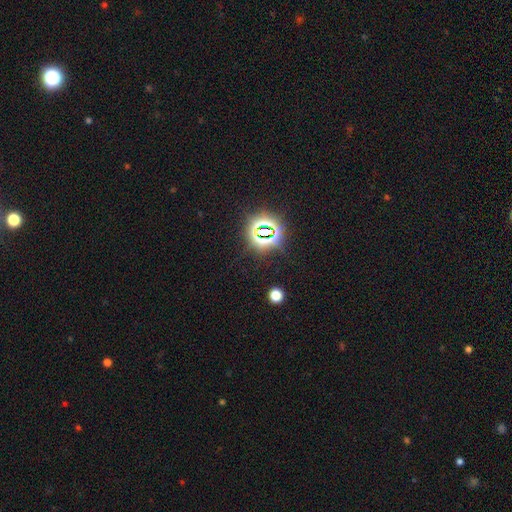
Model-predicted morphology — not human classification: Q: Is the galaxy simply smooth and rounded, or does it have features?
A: star or artifact — 81%.